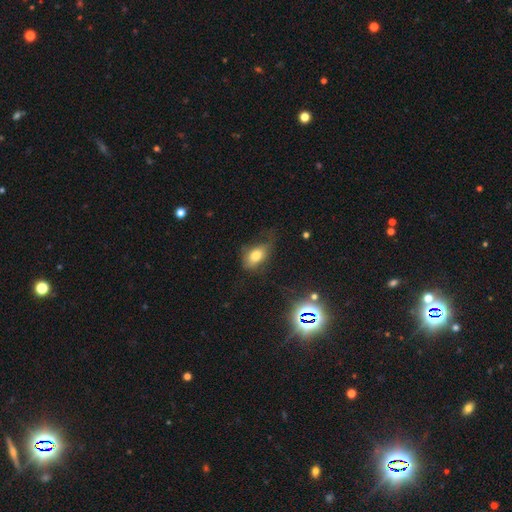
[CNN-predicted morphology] Smooth or featured? Predicted: smooth (p=0.73). How rounded? Predicted: in between (p=0.84). Merging? Predicted: none (p=0.41).